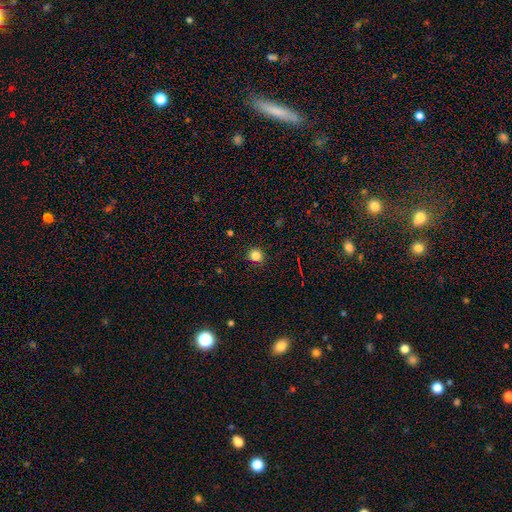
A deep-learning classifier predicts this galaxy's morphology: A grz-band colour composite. It shows a smooth galaxy with no disk features (81%) that is round (91%). Merging: none (91%).